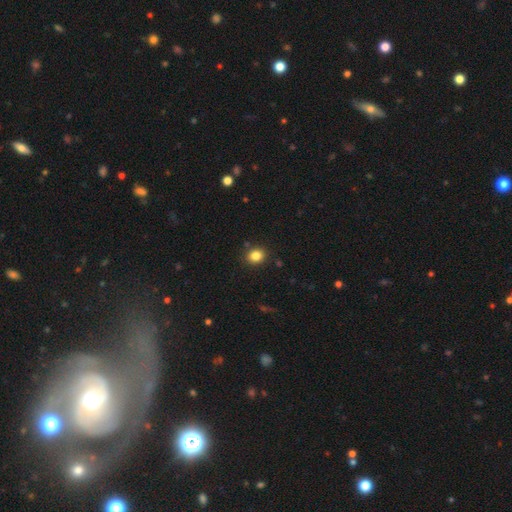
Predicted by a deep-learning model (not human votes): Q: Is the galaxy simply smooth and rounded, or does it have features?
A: smooth — 84%.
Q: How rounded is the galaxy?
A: round — 66%.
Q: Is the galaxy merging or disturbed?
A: none — 88%.